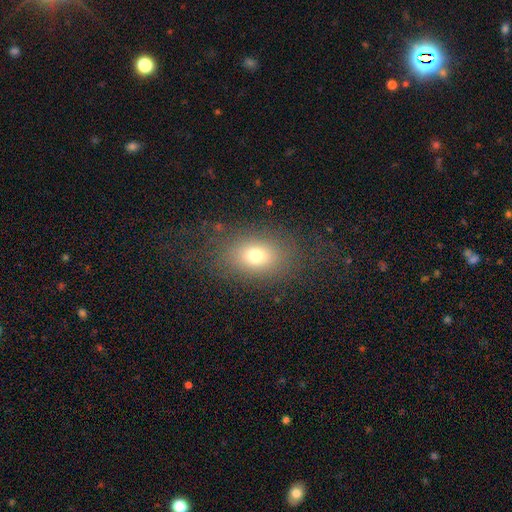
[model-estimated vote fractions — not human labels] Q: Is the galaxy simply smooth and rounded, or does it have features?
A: smooth — 72%.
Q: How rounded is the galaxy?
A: in between — 67%.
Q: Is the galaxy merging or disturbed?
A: none — 77%.